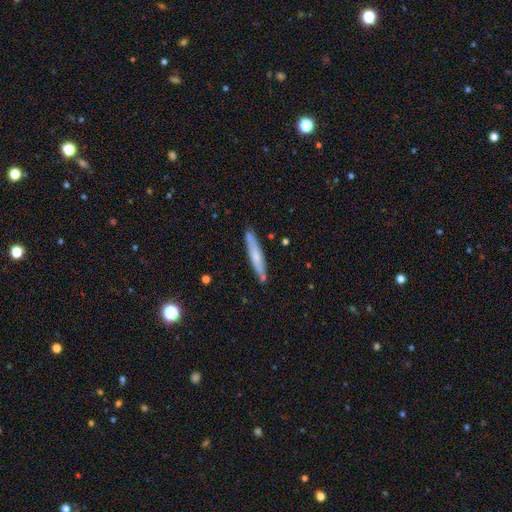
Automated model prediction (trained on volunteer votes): smooth_or_featured: smooth (p=0.59) [alt: featured or disk p=0.35]
how_rounded: cigar-shaped (p=0.93) [alt: in between p=0.05]
merging: none (p=0.82) [alt: minor disturbance p=0.12]